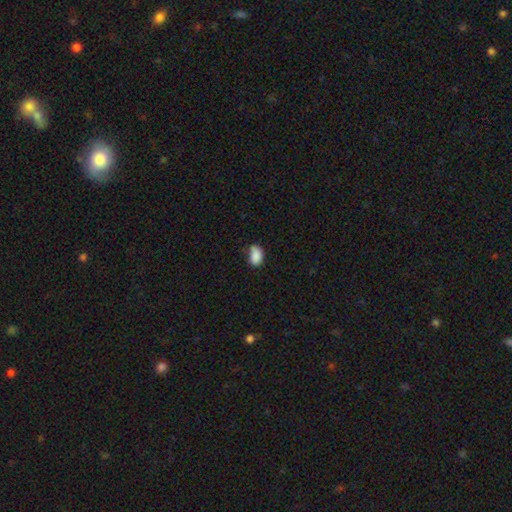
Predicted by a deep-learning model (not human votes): Smooth or featured?
  - smooth: 87% *
  - star or artifact: 8%
  - featured or disk: 5%
How rounded?
  - in between: 86% *
  - round: 13%
  - cigar-shaped: 1%
Merging?
  - none: 59% *
  - minor disturbance: 31%
  - major disturbance: 7%
  - merger: 3%